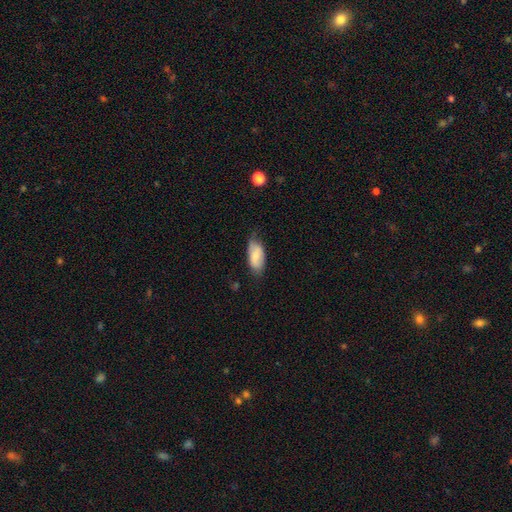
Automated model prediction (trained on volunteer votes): This is likely a smooth galaxy (73%). How rounded: clearly in between (92%). Merging: likely none (60%).